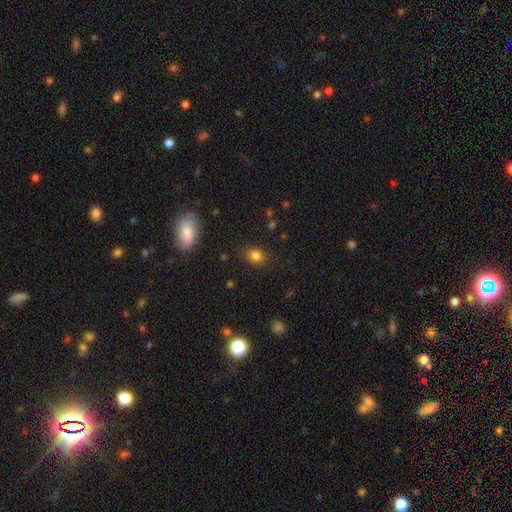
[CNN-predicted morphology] A smooth galaxy with no disk features (81%) that is round (50%). Merging: none (84%).